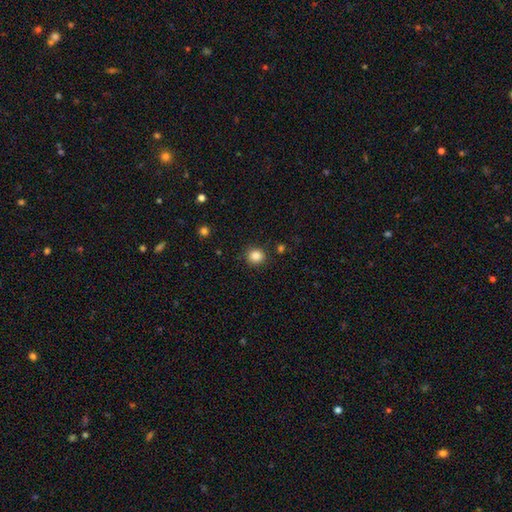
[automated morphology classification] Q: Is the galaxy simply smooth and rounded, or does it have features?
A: smooth — 86%.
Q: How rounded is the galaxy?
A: round — 90%.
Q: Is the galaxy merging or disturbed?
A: none — 89%.